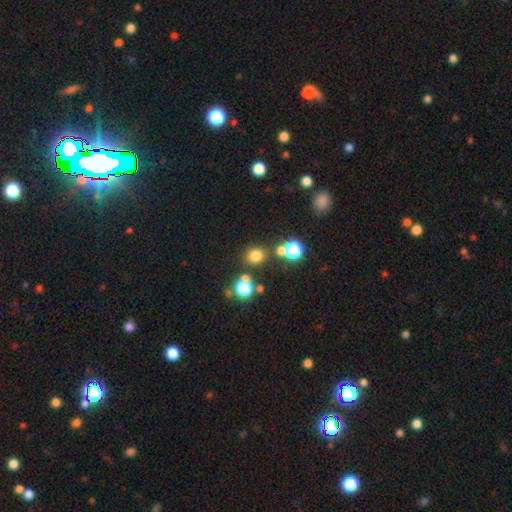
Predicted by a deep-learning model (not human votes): The model was most divided on "how rounded": round: 73%, in between: 26%, cigar-shaped: 1%. More confident: merging — none (75%); smooth or featured — smooth (72%).